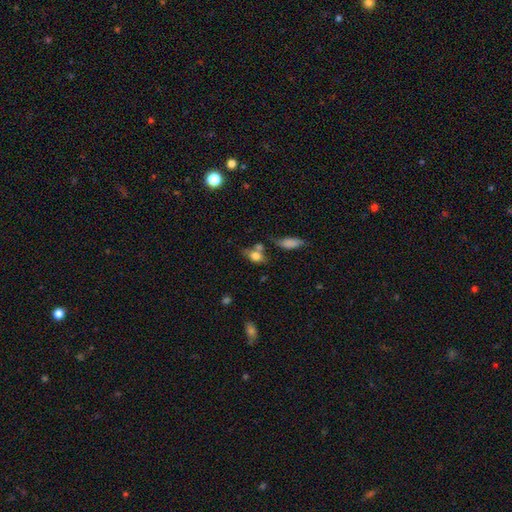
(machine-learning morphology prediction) This appears to be a smooth galaxy with no disk features (73%) that is in between round and cigar-shaped (75%). Merging: none (49%).